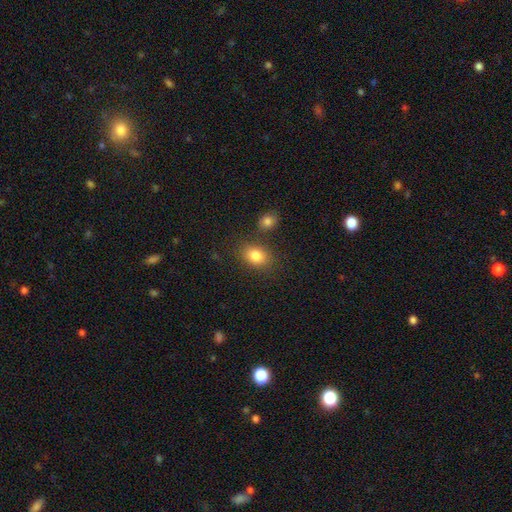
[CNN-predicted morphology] A smooth galaxy with no disk features (83%) that is in between round and cigar-shaped (69%). Merging: none (75%).